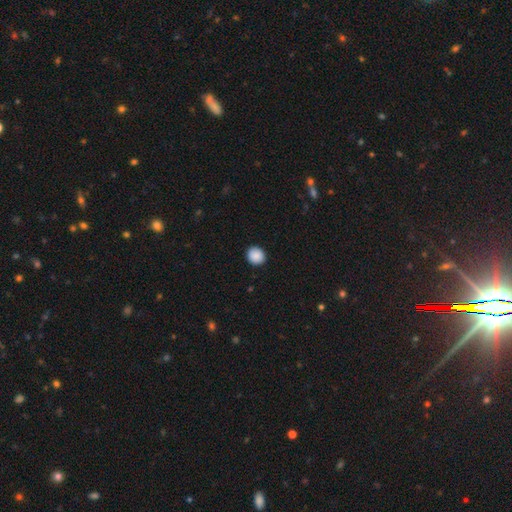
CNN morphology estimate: smooth_or_featured: smooth (p=0.90) [alt: star or artifact p=0.08]
how_rounded: round (p=0.85) [alt: in between p=0.14]
merging: none (p=0.91) [alt: minor disturbance p=0.06]